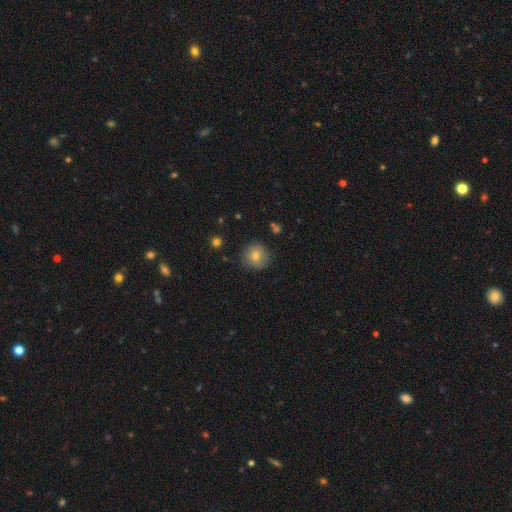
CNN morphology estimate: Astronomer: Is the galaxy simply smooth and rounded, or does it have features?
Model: smooth — 78%.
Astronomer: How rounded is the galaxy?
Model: round — 91%.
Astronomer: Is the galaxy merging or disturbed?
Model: none — 83%.